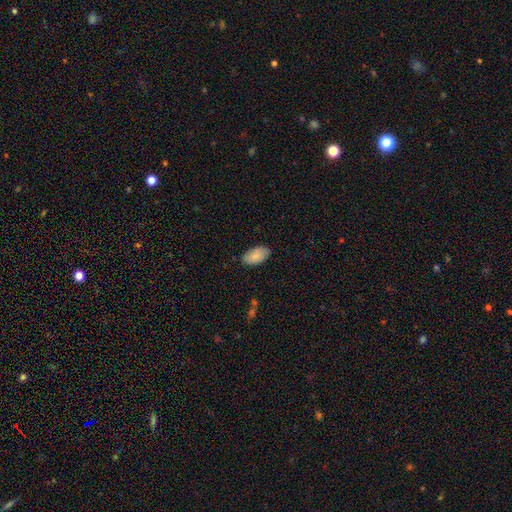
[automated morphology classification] type=smooth (86%); roundness=in between (95%); merging=none (80%).